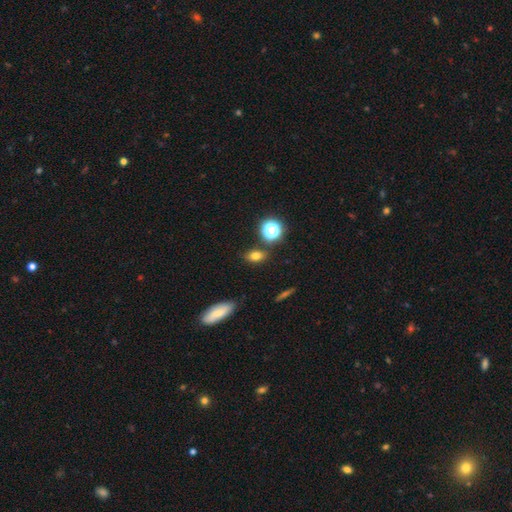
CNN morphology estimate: smooth-or-featured: smooth: 76% | star or artifact: 16% | featured or disk: 8%
  how-rounded: in between: 70% | round: 26% | cigar-shaped: 4%
  merging: none: 81% | minor disturbance: 11% | merger: 5% | major disturbance: 3%